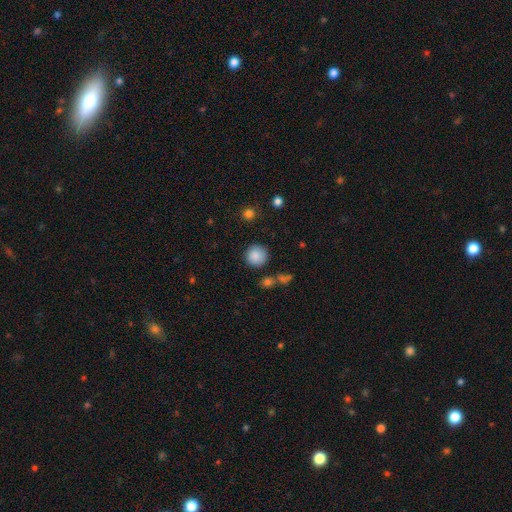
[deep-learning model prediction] smooth_or_featured: smooth (p=0.87) [alt: star or artifact p=0.09]
how_rounded: round (p=0.94) [alt: in between p=0.05]
merging: none (p=0.86) [alt: minor disturbance p=0.08]